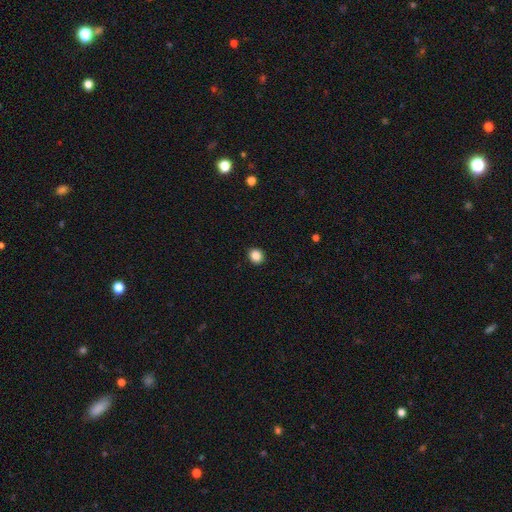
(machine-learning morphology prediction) The model was most divided on "how rounded": round: 80%, in between: 19%, cigar-shaped: 1%. More confident: merging — none (92%); smooth or featured — smooth (87%).